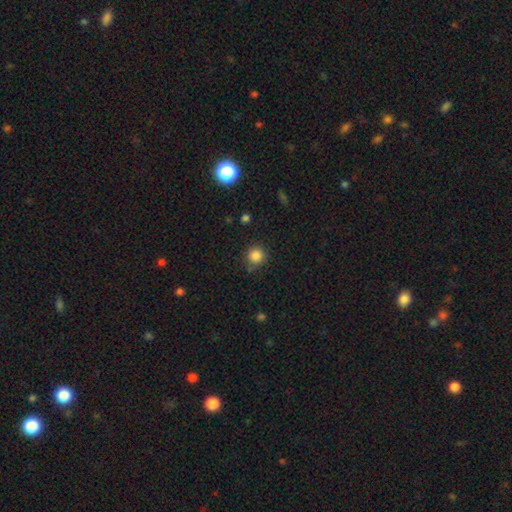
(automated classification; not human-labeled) A smooth galaxy with no disk features (85%) that is round (92%).

Vote fractions:
- Smooth or featured? smooth: 85% / star or artifact: 11% / featured or disk: 4%
- How rounded? round: 92% / in between: 7% / cigar-shaped: 1%
- Merging? none: 80% / minor disturbance: 12% / merger: 5% / major disturbance: 3%